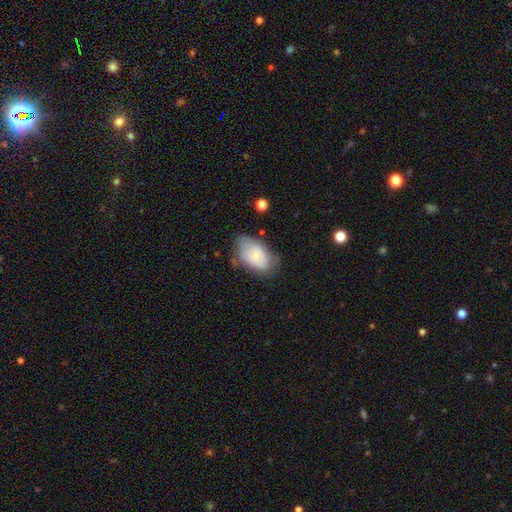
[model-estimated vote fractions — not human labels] smooth-or-featured: smooth: 54% | featured or disk: 39% | star or artifact: 7%
  how-rounded: in between: 89% | round: 10% | cigar-shaped: 1%
  merging: none: 55% | minor disturbance: 30% | major disturbance: 12% | merger: 3%